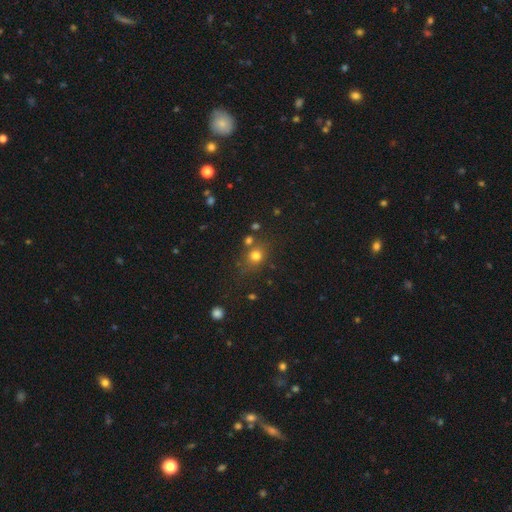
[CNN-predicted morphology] A smooth galaxy with no disk features (75%) that is round (71%). Merging: none (69%).